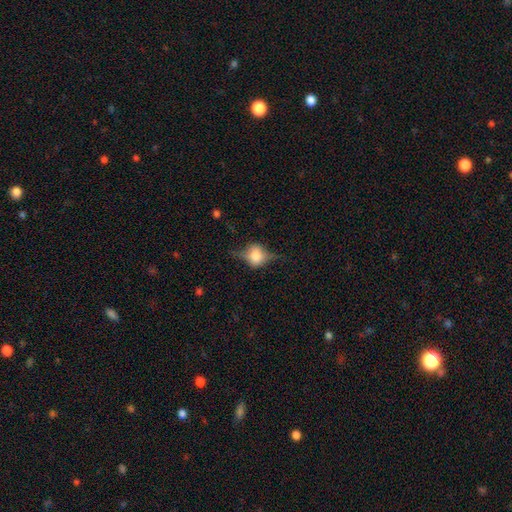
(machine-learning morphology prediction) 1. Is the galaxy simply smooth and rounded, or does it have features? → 58% featured or disk, 32% smooth, 10% star or artifact.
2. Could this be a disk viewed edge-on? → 89% yes, 11% no.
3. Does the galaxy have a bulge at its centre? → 92% rounded, 7% boxy, 1% none.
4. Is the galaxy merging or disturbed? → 67% none, 21% minor disturbance, 10% major disturbance, 1% merger.